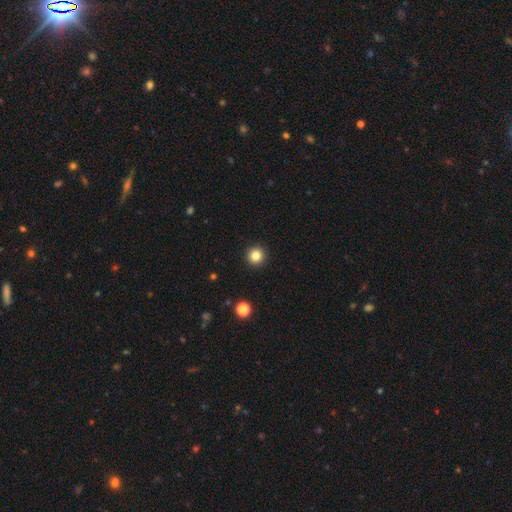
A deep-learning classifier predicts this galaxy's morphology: This appears to be a smooth galaxy with no disk features (83%) that is round (96%). Merging: none (93%).